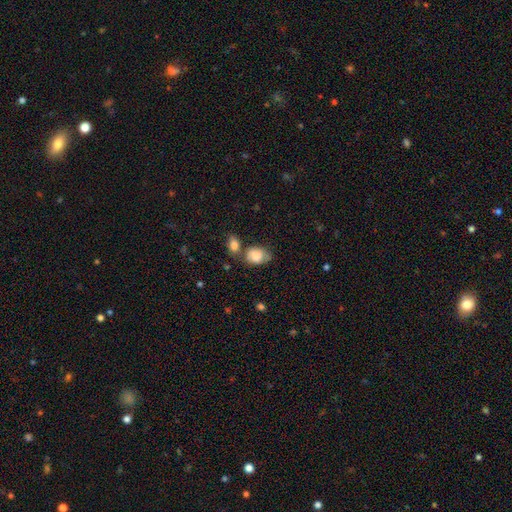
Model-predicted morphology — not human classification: The model was most divided on "merging": none: 45%, minor disturbance: 25%, merger: 21%, major disturbance: 8%. More confident: smooth or featured — smooth (80%); how rounded — in between (72%).